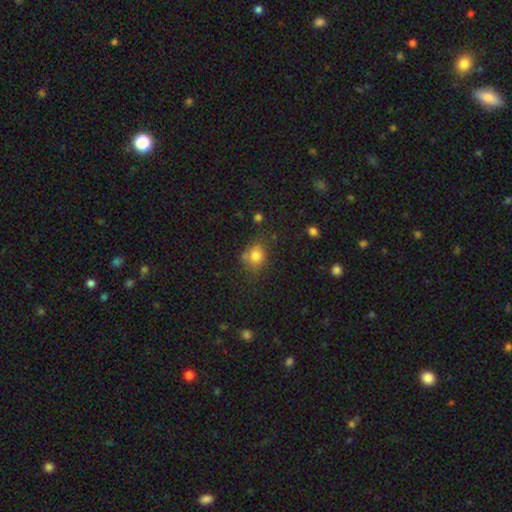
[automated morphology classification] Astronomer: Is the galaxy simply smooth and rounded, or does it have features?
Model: smooth — 78%.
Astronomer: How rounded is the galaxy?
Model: round — 63%.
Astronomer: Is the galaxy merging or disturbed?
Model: none — 62%.